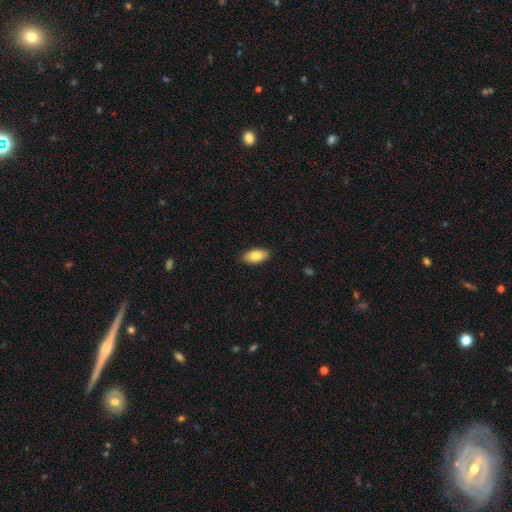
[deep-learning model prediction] smooth-or-featured: smooth: 81% | featured or disk: 12% | star or artifact: 6%
  how-rounded: in between: 92% | cigar-shaped: 5% | round: 3%
  merging: none: 89% | minor disturbance: 8% | major disturbance: 2% | merger: 1%